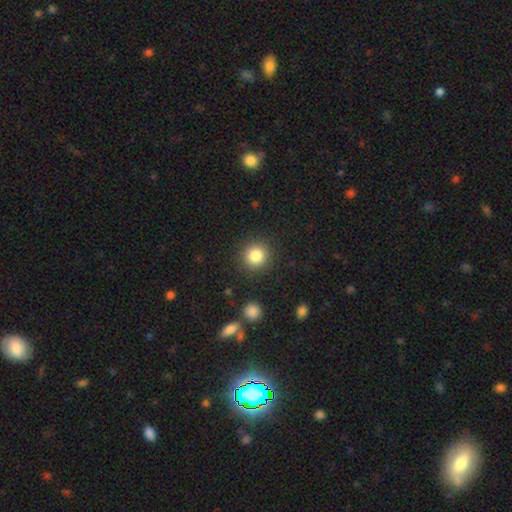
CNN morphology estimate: Smooth or featured? Predicted: smooth (p=0.83). How rounded? Predicted: round (p=0.92). Merging? Predicted: none (p=0.89).